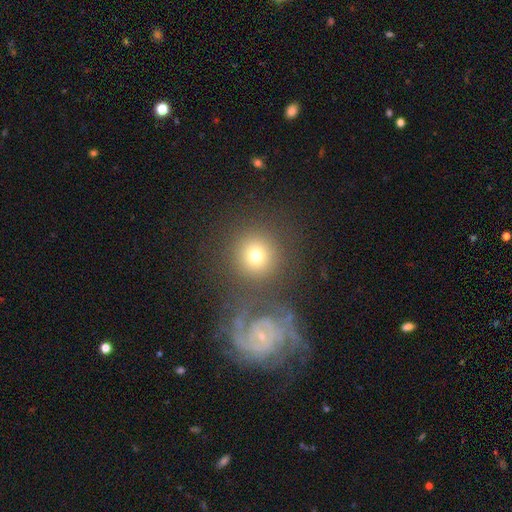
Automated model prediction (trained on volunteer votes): A smooth galaxy with no disk features (74%) that is round (92%). Merging: none (76%).